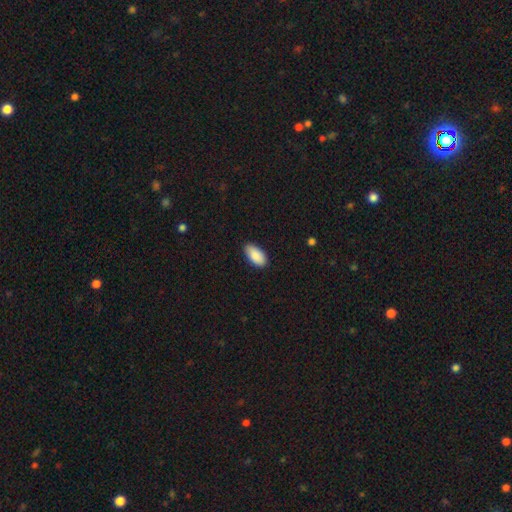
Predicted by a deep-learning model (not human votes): A smooth galaxy with no disk features (89%) that is in between round and cigar-shaped (94%).

Vote fractions:
- Smooth or featured? smooth: 89% / star or artifact: 6% / featured or disk: 5%
- How rounded? in between: 94% / cigar-shaped: 4% / round: 2%
- Merging? none: 86% / minor disturbance: 11% / major disturbance: 2% / merger: 1%